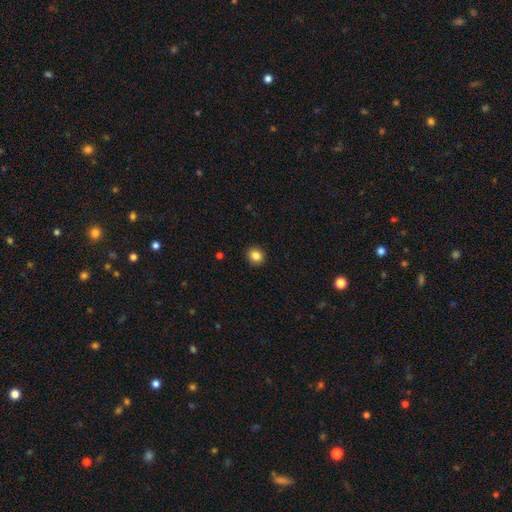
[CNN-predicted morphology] Q: Smooth or featured?
A: smooth (85%); runner-up: star or artifact (10%)
Q: How rounded?
A: round (77%); runner-up: in between (22%)
Q: Merging?
A: none (92%); runner-up: minor disturbance (6%)